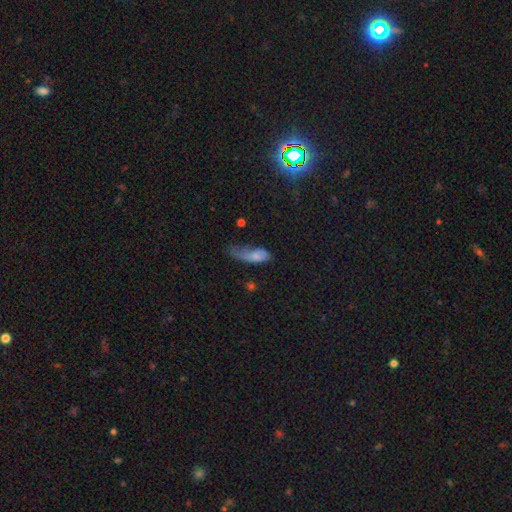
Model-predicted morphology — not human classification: This appears to be a smooth galaxy with no disk features (69%) that is in between round and cigar-shaped (71%). Merging: major disturbance (46%).